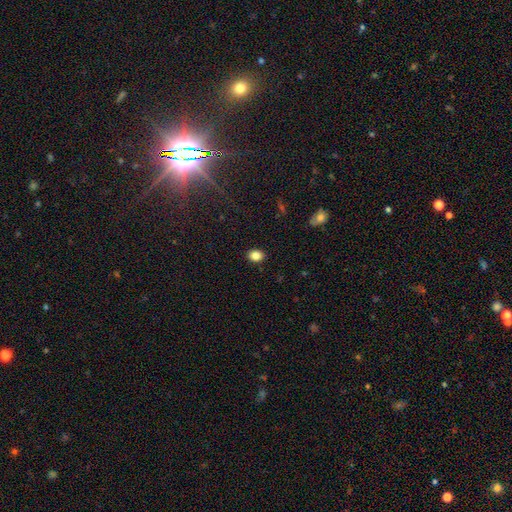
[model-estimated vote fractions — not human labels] A smooth galaxy with no disk features (85%) that is in between round and cigar-shaped (55%). Merging: none (89%).